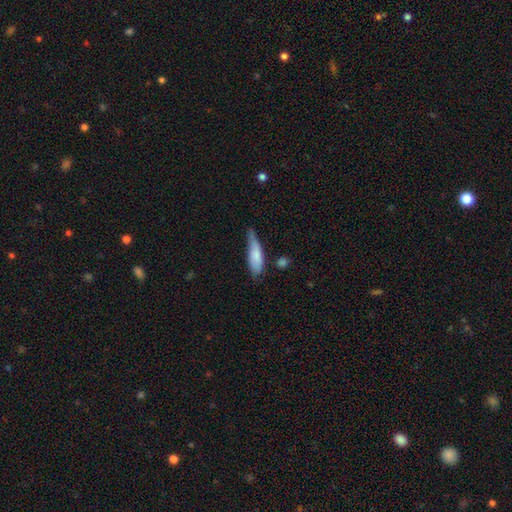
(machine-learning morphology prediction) This is likely a smooth galaxy (77%). How rounded: possibly cigar-shaped (52%). Merging: marginally minor disturbance (41%, tied with none).